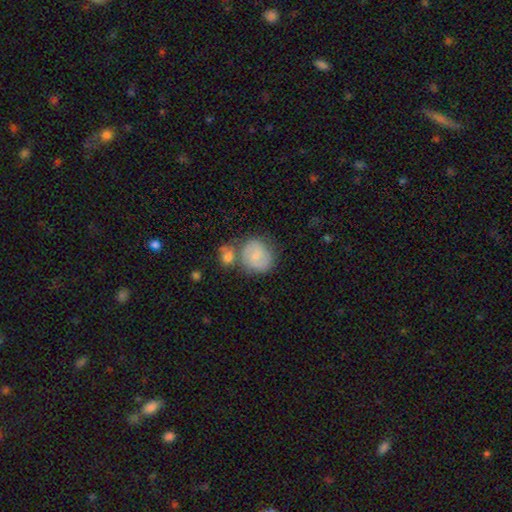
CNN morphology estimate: This is possibly a smooth galaxy (53%). How rounded: clearly round (80%). Merging: possibly none (51%).